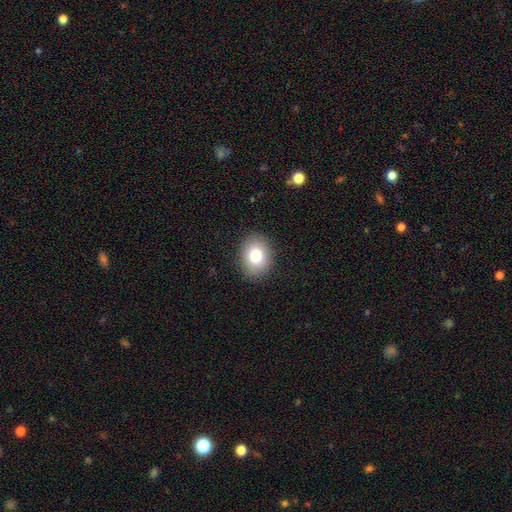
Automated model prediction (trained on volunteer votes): smooth-or-featured: smooth: 79% | featured or disk: 11% | star or artifact: 10%
  how-rounded: in between: 56% | round: 43% | cigar-shaped: 1%
  merging: none: 88% | minor disturbance: 9% | major disturbance: 3% | merger: 1%